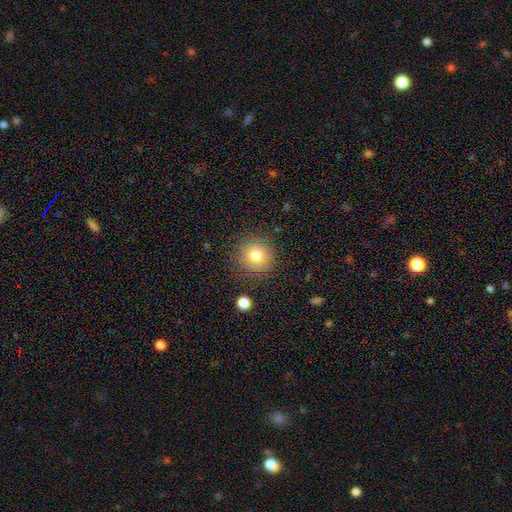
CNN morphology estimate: Smooth or featured? Predicted: smooth (p=0.76). How rounded? Predicted: round (p=0.92). Merging? Predicted: none (p=0.85).